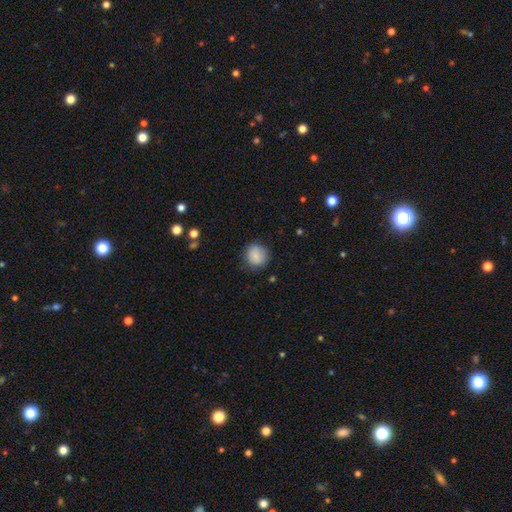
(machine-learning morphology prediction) Smooth or featured: smooth — 84% (star or artifact — 9%)
How rounded: round — 90% (in between — 9%)
Merging: none — 82% (minor disturbance — 13%)